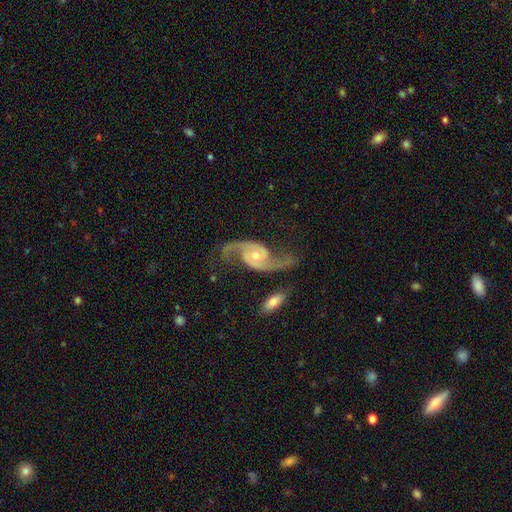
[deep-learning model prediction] This appears to be a featured or disk galaxy (92%) with no bar (63%), 2 (94%) loose (49%) spiral arms (98%) and a small central bulge (50%). Merging: none (72%).